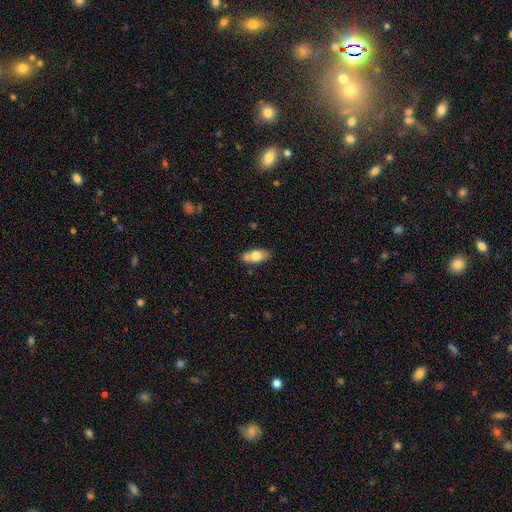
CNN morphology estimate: A smooth galaxy with no disk features (73%) that is in between round and cigar-shaped (89%).

Vote fractions:
- Smooth or featured? smooth: 73% / featured or disk: 20% / star or artifact: 7%
- How rounded? in between: 89% / cigar-shaped: 8% / round: 4%
- Merging? none: 77% / minor disturbance: 15% / merger: 5% / major disturbance: 3%